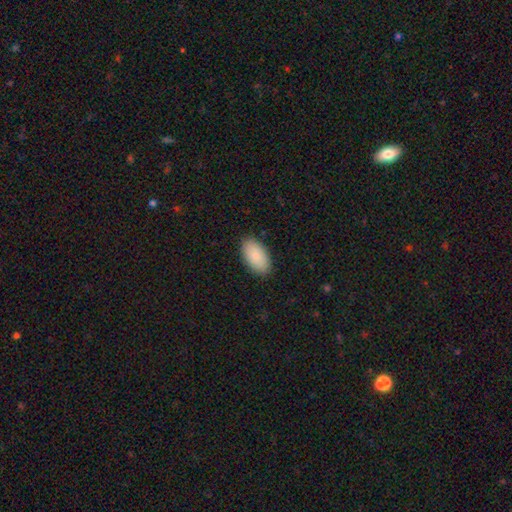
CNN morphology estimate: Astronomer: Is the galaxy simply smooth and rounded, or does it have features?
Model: smooth — 86%.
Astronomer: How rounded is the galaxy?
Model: in between — 96%.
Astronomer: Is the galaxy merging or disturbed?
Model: none — 88%.